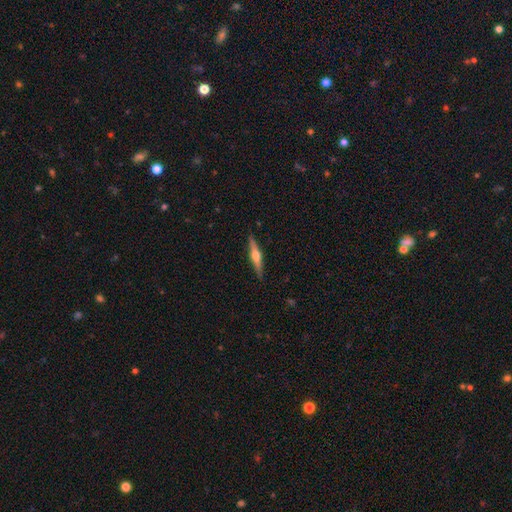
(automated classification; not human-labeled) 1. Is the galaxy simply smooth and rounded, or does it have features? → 72% featured or disk, 22% smooth, 6% star or artifact.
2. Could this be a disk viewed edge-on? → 97% yes, 3% no.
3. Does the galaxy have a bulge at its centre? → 94% rounded, 4% boxy, 2% none.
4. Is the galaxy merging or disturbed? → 90% none, 7% minor disturbance, 2% major disturbance, 1% merger.